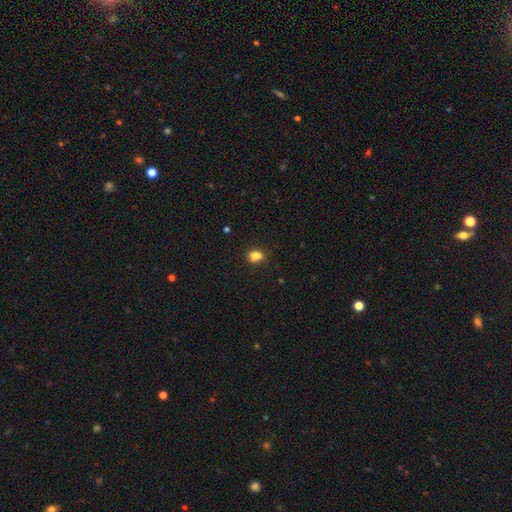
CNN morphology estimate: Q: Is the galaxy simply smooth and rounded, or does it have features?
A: smooth — 83%.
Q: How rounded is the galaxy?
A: in between — 60%.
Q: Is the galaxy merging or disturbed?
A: none — 80%.